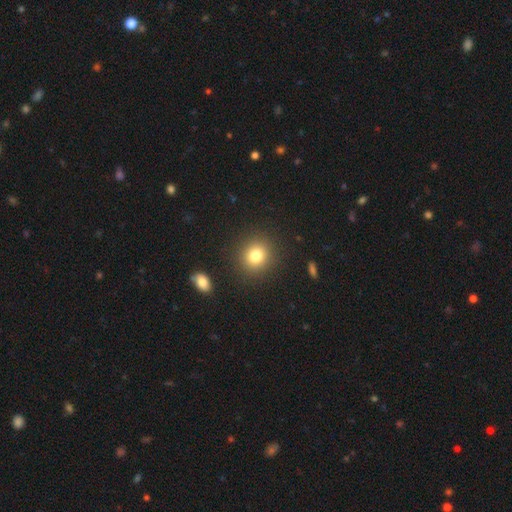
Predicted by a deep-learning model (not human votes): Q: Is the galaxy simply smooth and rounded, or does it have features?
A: smooth — 80%.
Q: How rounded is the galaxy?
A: round — 83%.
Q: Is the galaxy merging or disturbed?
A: none — 89%.